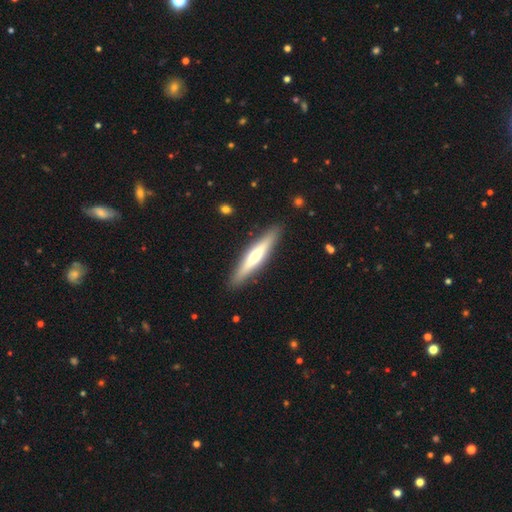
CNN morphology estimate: This appears to be a featured or disk galaxy (57%) viewed edge-on (94%) with a rounded central bulge (85%). Merging: none (90%).